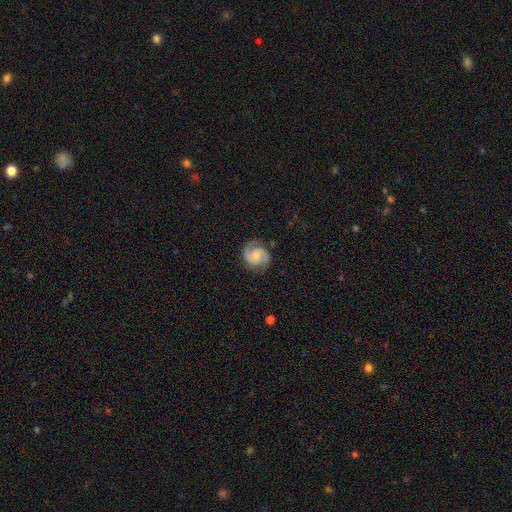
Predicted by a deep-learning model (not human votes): Morphology: type=featured or disk (85%); edge-on=no (98%); bar=no (53%); spiral arms=yes (98%); winding=medium (55%); arm count=2 (93%); bulge=small (44%); merging=none (84%).